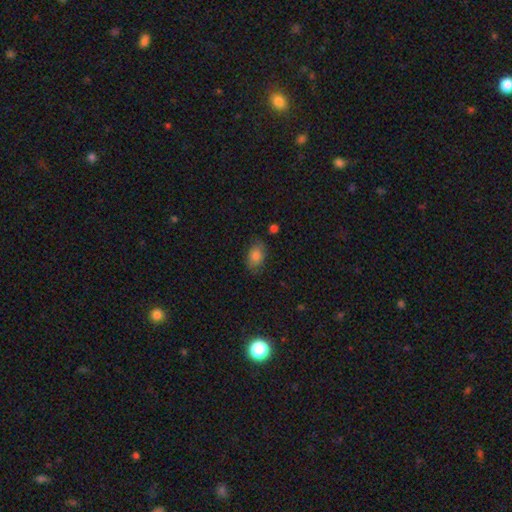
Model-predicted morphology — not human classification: type=smooth (82%); roundness=in between (83%); merging=none (74%).